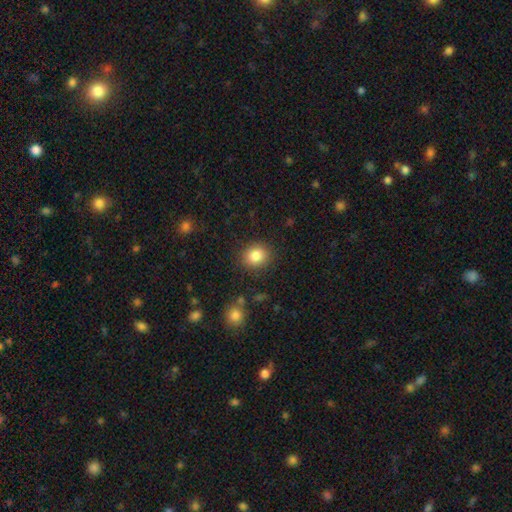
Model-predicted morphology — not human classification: Smooth or featured: smooth — 84% (star or artifact — 10%)
How rounded: round — 75% (in between — 24%)
Merging: none — 87% (minor disturbance — 9%)